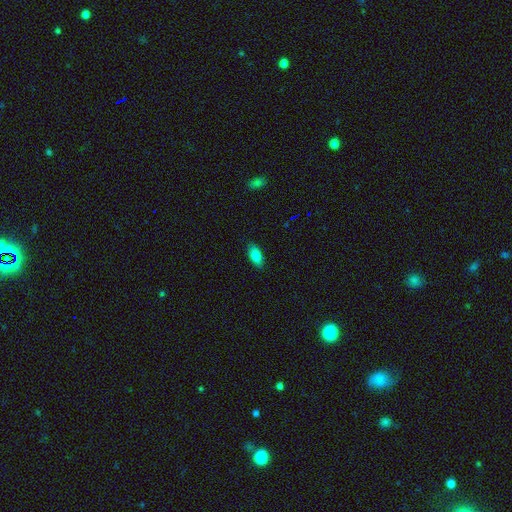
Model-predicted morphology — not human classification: smooth-or-featured: smooth: 82% | featured or disk: 10% | star or artifact: 8%
  how-rounded: in between: 87% | cigar-shaped: 10% | round: 3%
  merging: none: 87% | minor disturbance: 10% | major disturbance: 2% | merger: 1%